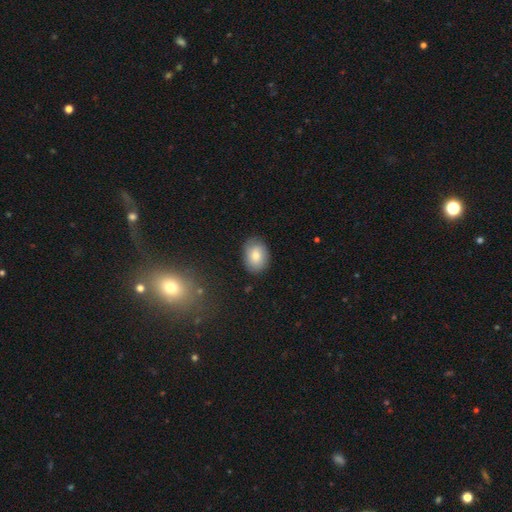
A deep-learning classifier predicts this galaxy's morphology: Smooth or featured? Predicted: smooth (p=0.78). How rounded? Predicted: in between (p=0.76). Merging? Predicted: none (p=0.81).